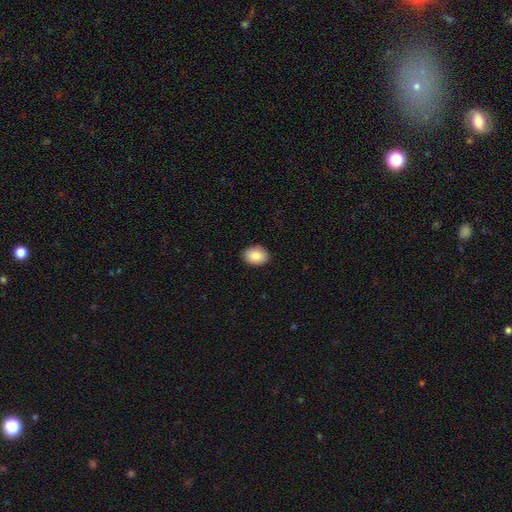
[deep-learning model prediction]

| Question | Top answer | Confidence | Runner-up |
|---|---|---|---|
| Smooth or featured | smooth | 87% | star or artifact (7%) |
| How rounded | in between | 68% | round (31%) |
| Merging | none | 90% | minor disturbance (7%) |